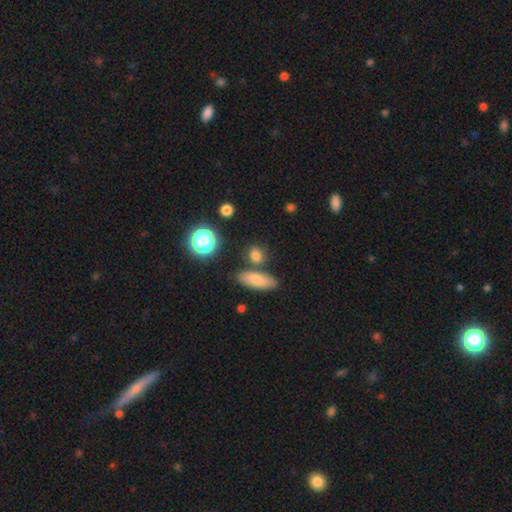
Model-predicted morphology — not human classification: smooth-or-featured: smooth: 79% | star or artifact: 13% | featured or disk: 8%
  how-rounded: round: 53% | in between: 38% | cigar-shaped: 9%
  merging: none: 72% | merger: 12% | minor disturbance: 12% | major disturbance: 4%